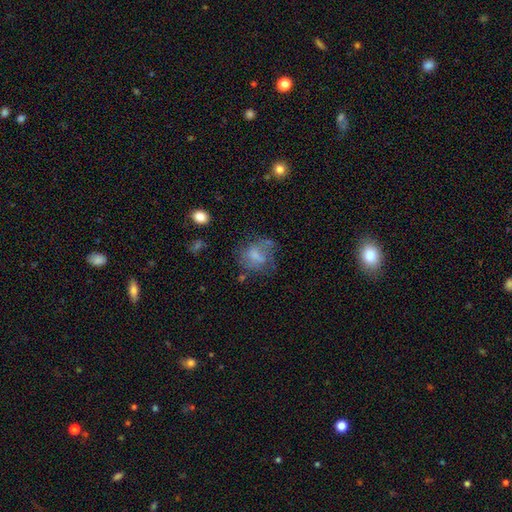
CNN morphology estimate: smooth_or_featured: smooth (p=0.53) [alt: featured or disk p=0.34]
how_rounded: round (p=0.55) [alt: in between p=0.43]
merging: none (p=0.40) [alt: major disturbance p=0.29]